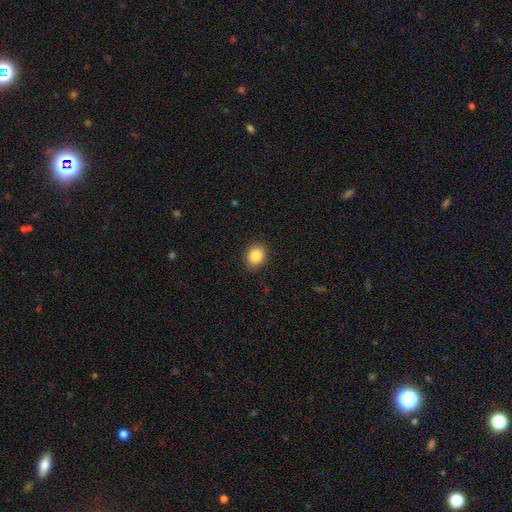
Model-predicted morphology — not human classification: Smooth or featured? smooth (86%)
How rounded? round (58%)
Merging? none (89%)